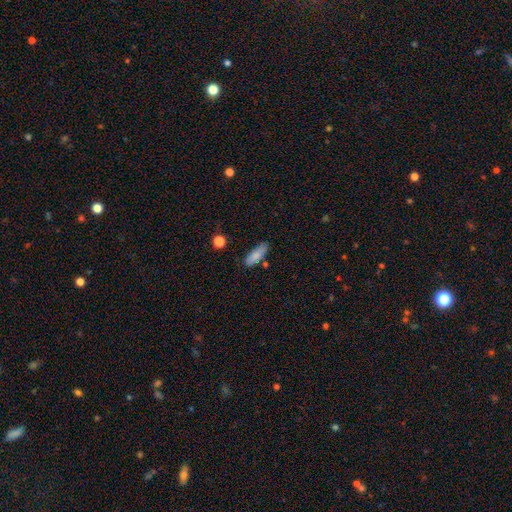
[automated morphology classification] This is clearly a smooth galaxy (82%). How rounded: likely in between (65%). Merging: likely none (73%).